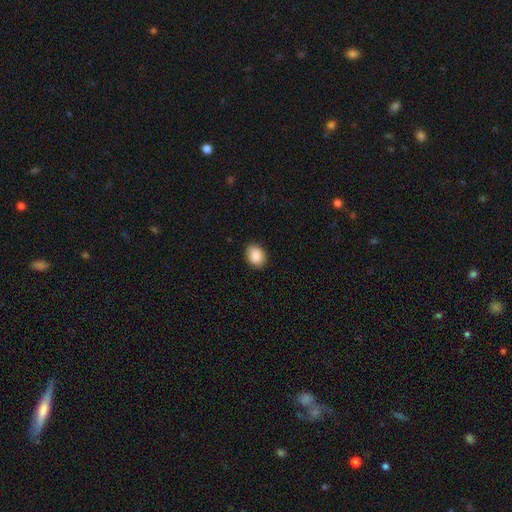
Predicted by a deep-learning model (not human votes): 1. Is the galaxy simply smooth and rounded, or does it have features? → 89% smooth, 8% star or artifact, 3% featured or disk.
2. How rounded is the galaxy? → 59% in between, 40% round, 1% cigar-shaped.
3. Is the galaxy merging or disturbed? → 88% none, 9% minor disturbance, 2% major disturbance, 1% merger.